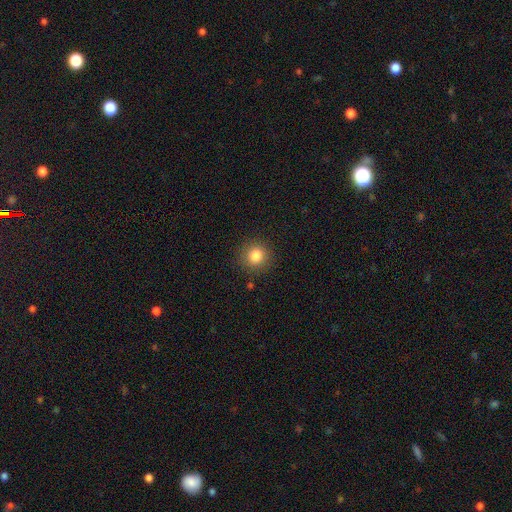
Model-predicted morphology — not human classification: type=smooth (83%); roundness=round (91%); merging=none (89%).